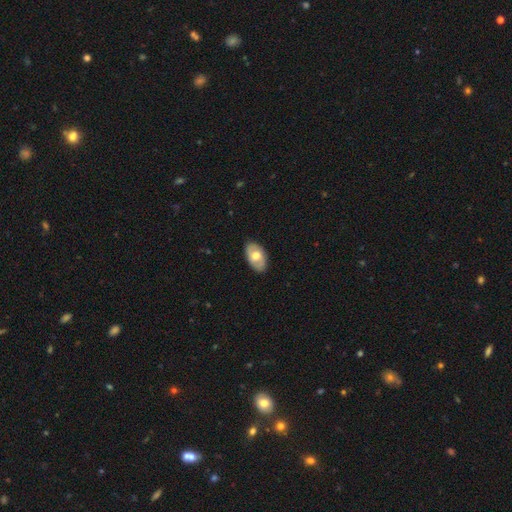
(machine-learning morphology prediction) Smooth or featured: smooth — 58% (featured or disk — 37%)
How rounded: in between — 92% (round — 6%)
Merging: none — 85% (minor disturbance — 12%)